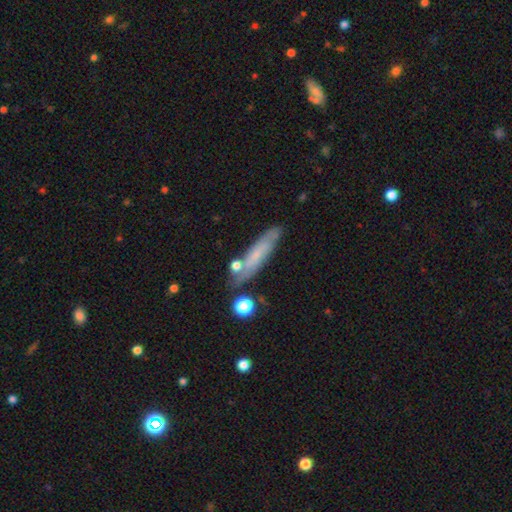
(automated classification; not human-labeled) This is possibly a smooth galaxy (51%). How rounded: clearly cigar-shaped (80%). Merging: likely none (70%).